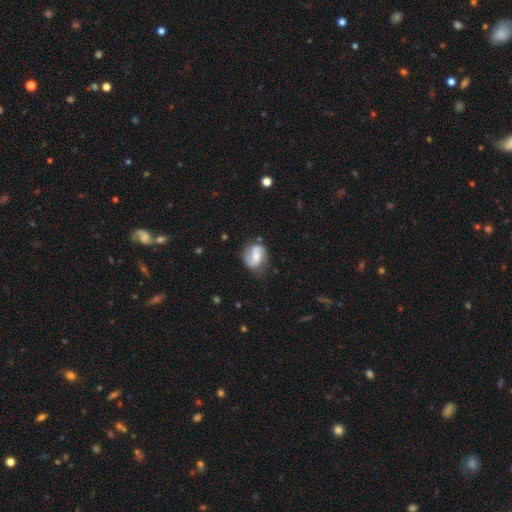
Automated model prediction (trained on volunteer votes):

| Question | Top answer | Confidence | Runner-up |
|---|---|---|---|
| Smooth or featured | featured or disk | 70% | smooth (23%) |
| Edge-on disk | no | 98% | yes (2%) |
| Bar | weak | 44% | no (37%) |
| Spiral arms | yes | 93% | no (7%) |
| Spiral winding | medium | 44% | loose (36%) |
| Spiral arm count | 2 | 82% | 1 (10%) |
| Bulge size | moderate | 41% | small (35%) |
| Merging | none | 68% | minor disturbance (21%) |